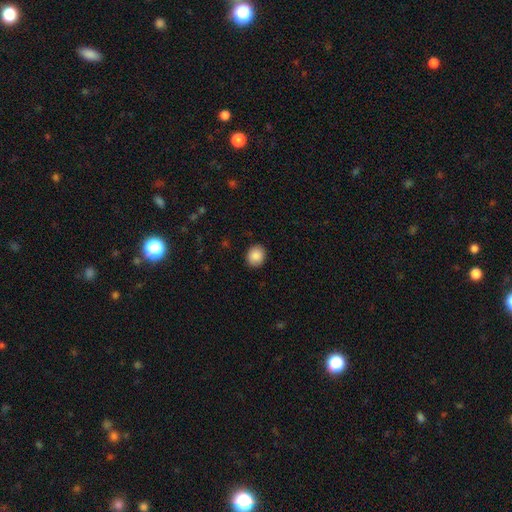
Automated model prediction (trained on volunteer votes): Smooth or featured: smooth — 88% (star or artifact — 8%)
How rounded: round — 63% (in between — 36%)
Merging: none — 90% (minor disturbance — 8%)